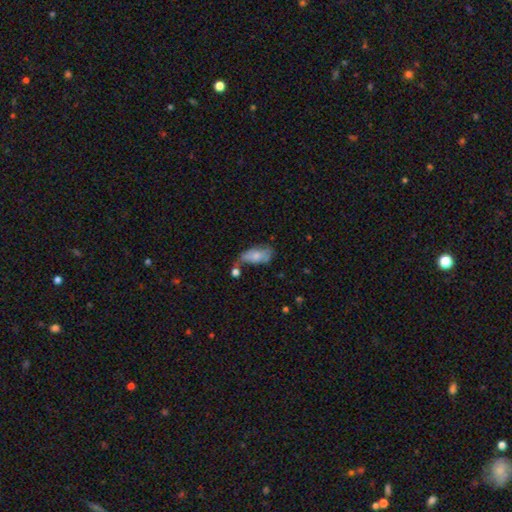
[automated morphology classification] Smooth or featured: smooth — 68% (featured or disk — 24%)
How rounded: in between — 90% (cigar-shaped — 6%)
Merging: none — 34% (minor disturbance — 30%)